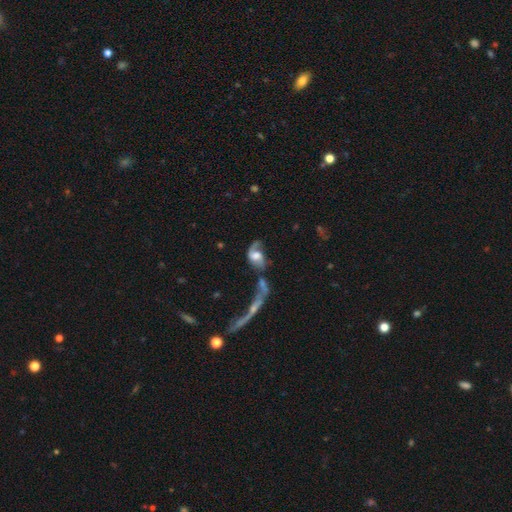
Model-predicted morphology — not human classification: Smooth or featured? Predicted: featured or disk (p=0.67). Edge-on disk? Predicted: no (p=0.95). Bar? Predicted: no (p=0.58). Spiral arms? Predicted: yes (p=0.82). Spiral winding? Predicted: loose (p=0.61). Spiral arm count? Predicted: 2 (p=0.65). Bulge size? Predicted: moderate (p=0.43). Merging? Predicted: merger (p=0.36).